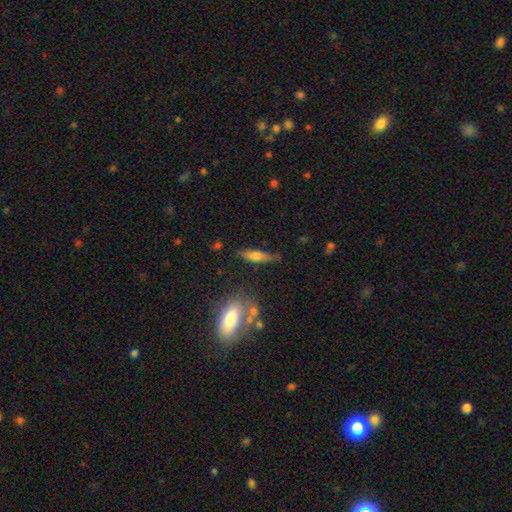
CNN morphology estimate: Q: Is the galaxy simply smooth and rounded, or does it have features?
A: smooth — 56%.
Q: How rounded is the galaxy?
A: cigar-shaped — 68%.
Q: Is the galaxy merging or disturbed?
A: none — 75%.